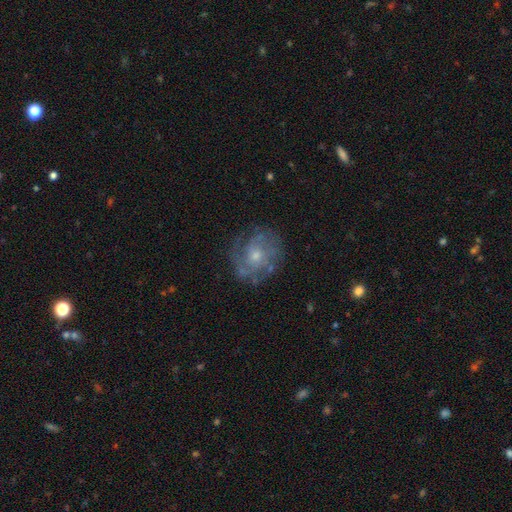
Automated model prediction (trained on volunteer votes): Smooth or featured? Predicted: featured or disk (p=0.73). Edge-on disk? Predicted: no (p=0.97). Bar? Predicted: no (p=0.79). Spiral arms? Predicted: yes (p=0.82). Spiral winding? Predicted: tight (p=0.50). Spiral arm count? Predicted: can't tell (p=0.41). Bulge size? Predicted: small (p=0.48). Merging? Predicted: none (p=0.71).